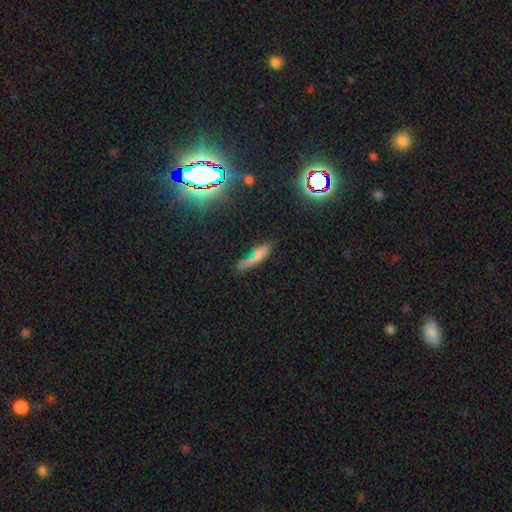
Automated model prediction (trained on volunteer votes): This appears to be a smooth galaxy with no disk features (66%) that is cigar-shaped (74%). Merging: none (69%).